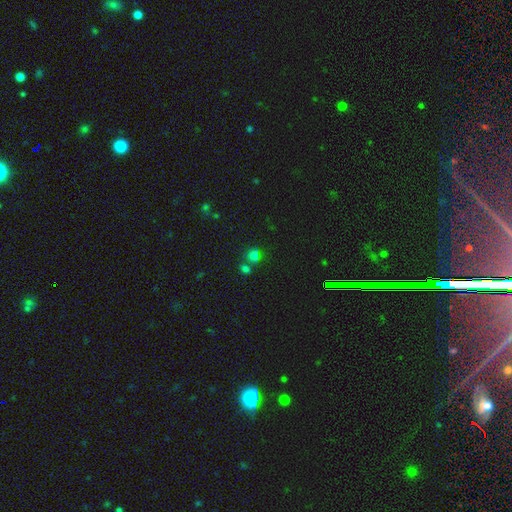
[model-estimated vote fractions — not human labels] Overall: smooth (65%; star or artifact 29%). How rounded: round (73%). Merging: none (58%; merger 28%).